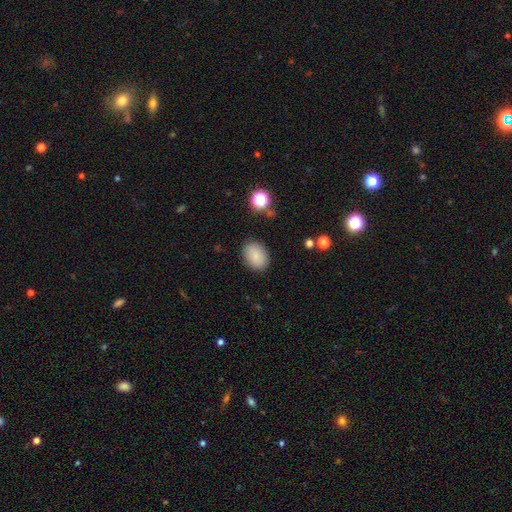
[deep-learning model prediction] This is clearly a smooth galaxy (86%). How rounded: likely in between (73%). Merging: clearly none (86%).